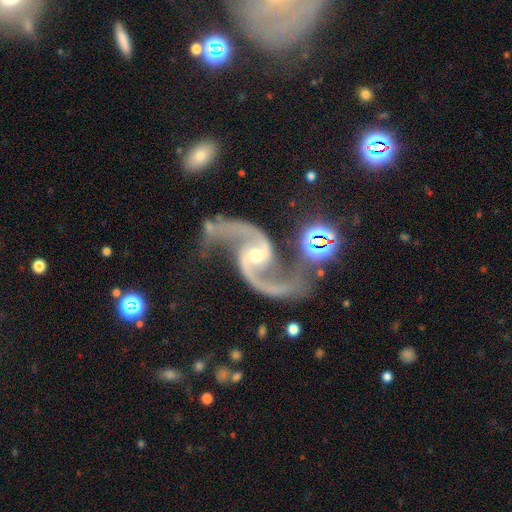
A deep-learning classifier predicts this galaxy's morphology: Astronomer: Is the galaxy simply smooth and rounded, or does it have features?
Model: featured or disk — 93%.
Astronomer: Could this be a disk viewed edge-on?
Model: no — 98%.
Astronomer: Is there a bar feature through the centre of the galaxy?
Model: no — 39%, tied with weak at 39%.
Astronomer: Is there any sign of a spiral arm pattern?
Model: yes — 98%.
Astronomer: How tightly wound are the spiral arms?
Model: loose — 62%.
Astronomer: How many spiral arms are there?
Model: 2 — 95%.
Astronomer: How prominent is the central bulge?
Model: moderate — 57% (runner-up: small, 37%).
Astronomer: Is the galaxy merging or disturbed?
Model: none — 63%.